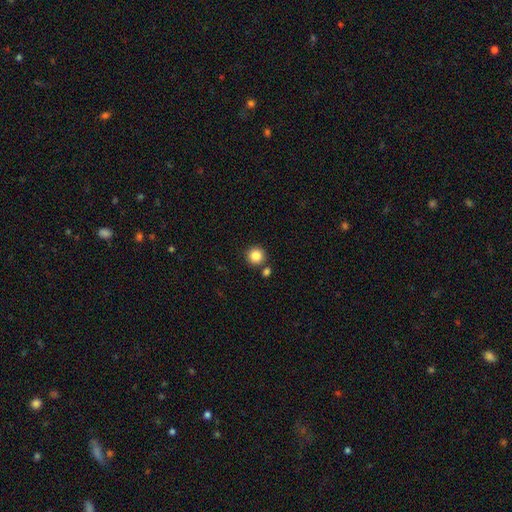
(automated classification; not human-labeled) This appears to be a smooth galaxy with no disk features (86%) that is round (95%). Merging: none (82%).